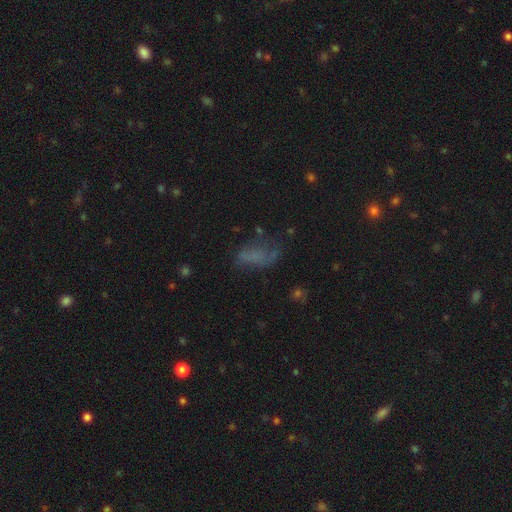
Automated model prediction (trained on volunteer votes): This is possibly a smooth galaxy (49%). Merging: marginally none (41%).